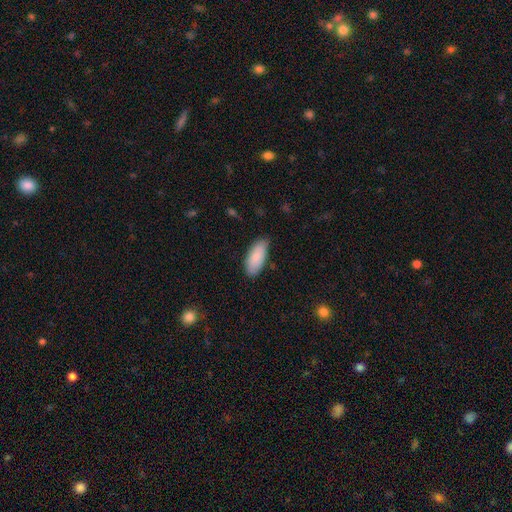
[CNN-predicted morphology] This appears to be a smooth galaxy with no disk features (86%) that is in between round and cigar-shaped (84%). Merging: none (81%).